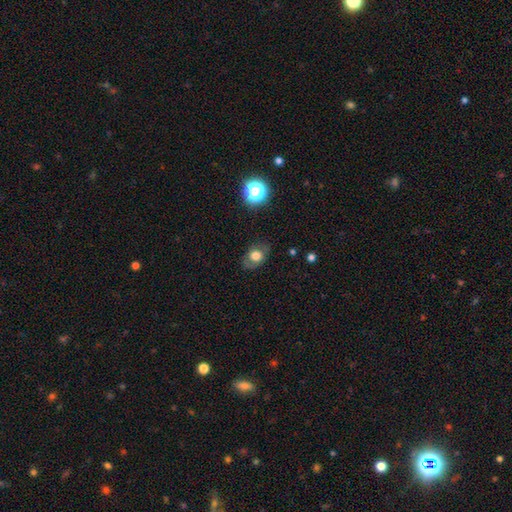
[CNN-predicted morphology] type=smooth (66%); roundness=in between (63%); merging=none (74%).